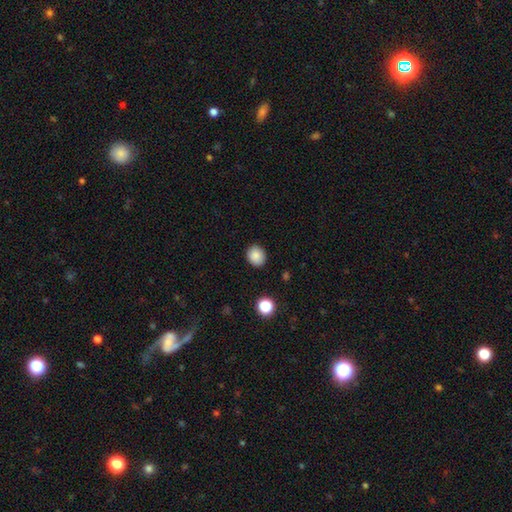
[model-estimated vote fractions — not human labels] This is clearly a smooth galaxy (87%). How rounded: likely round (67%). Merging: clearly none (89%).